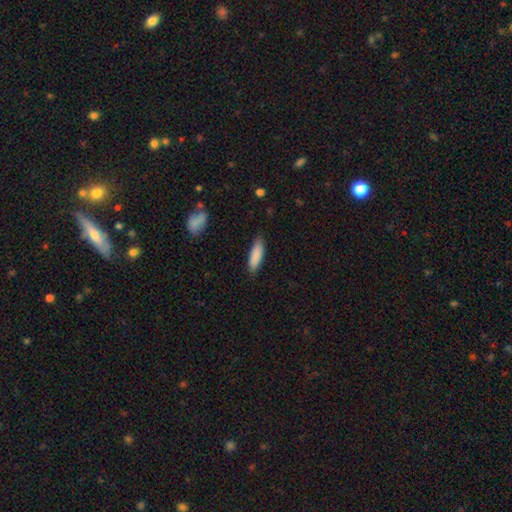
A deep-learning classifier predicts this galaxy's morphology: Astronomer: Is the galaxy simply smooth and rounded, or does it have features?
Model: smooth — 88%.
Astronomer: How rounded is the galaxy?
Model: cigar-shaped — 50% (runner-up: in between, 48%).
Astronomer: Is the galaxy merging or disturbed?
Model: none — 85%.